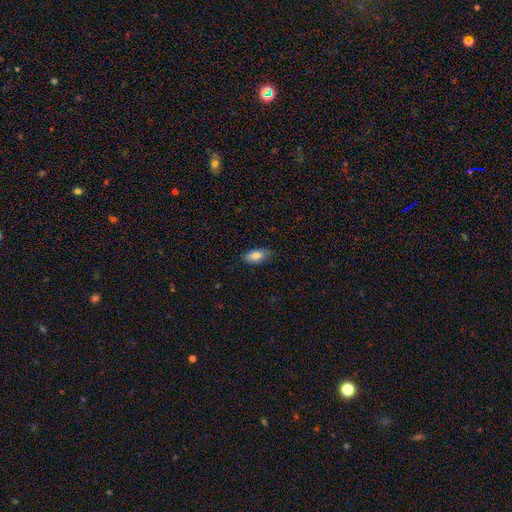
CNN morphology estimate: Smooth or featured? smooth (83%)
How rounded? in between (88%)
Merging? none (81%)